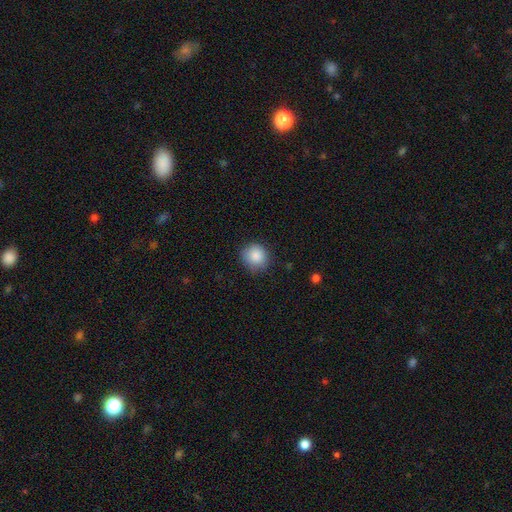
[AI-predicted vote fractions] The model was most divided on "merging": none: 79%, minor disturbance: 16%, major disturbance: 3%, merger: 1%. More confident: smooth or featured — smooth (87%); how rounded — round (86%).